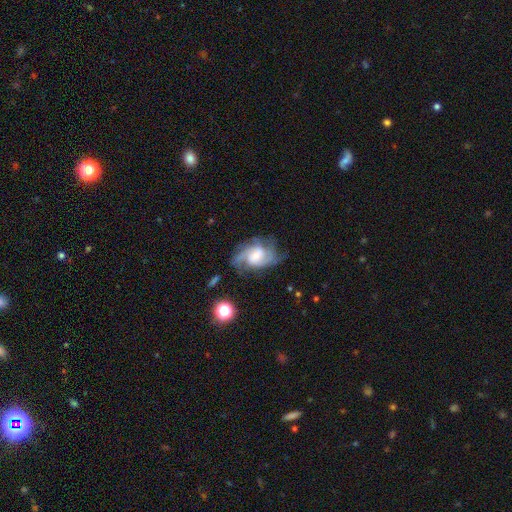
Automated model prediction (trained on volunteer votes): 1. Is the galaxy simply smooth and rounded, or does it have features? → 85% featured or disk, 9% smooth, 6% star or artifact.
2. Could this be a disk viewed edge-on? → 97% no, 3% yes.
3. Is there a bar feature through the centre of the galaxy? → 50% no, 40% weak, 9% strong.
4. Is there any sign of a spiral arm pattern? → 96% yes, 4% no.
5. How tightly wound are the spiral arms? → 49% medium, 33% tight, 18% loose.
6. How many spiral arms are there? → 37% 2, 26% 3, 18% can't tell, 9% 4, 5% 1, 5% more than 4.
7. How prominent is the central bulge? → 47% small, 40% moderate, 7% large, 4% none, 1% dominant.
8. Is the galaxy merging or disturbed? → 65% none, 20% minor disturbance, 13% major disturbance, 2% merger.